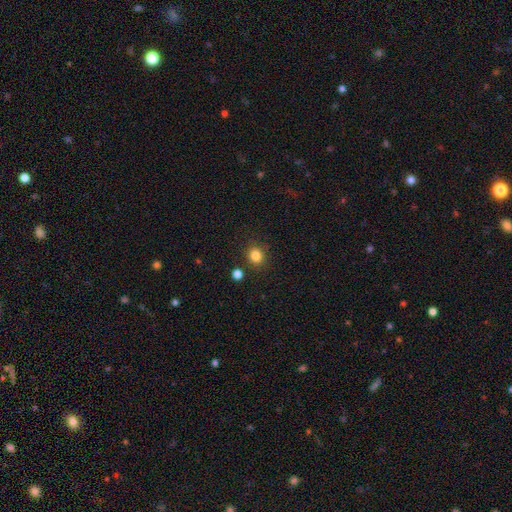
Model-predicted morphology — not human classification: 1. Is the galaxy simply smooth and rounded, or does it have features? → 83% smooth, 12% star or artifact, 5% featured or disk.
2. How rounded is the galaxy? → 86% round, 13% in between, 1% cigar-shaped.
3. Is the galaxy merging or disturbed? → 86% none, 8% minor disturbance, 4% merger, 3% major disturbance.